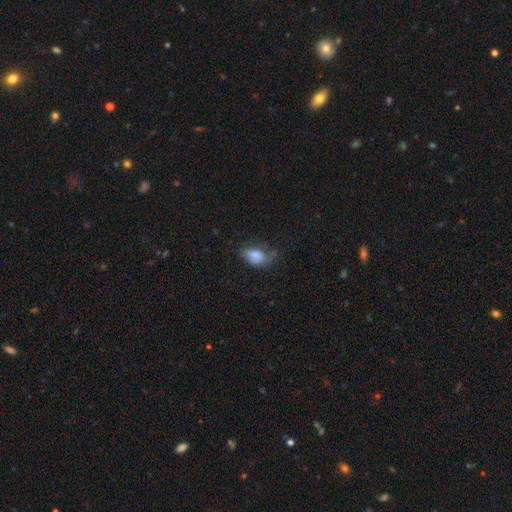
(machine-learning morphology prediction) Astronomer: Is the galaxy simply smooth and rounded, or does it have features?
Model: smooth — 75%.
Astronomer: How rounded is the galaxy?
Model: in between — 89%.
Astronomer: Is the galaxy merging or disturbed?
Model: none — 37% (runner-up: minor disturbance, 34%).